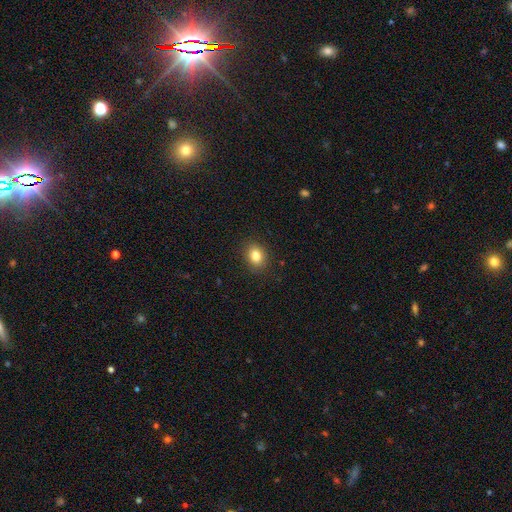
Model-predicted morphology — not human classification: A smooth galaxy with no disk features (83%) that is in between round and cigar-shaped (56%).

Vote fractions:
- Smooth or featured? smooth: 83% / star or artifact: 10% / featured or disk: 7%
- How rounded? in between: 56% / round: 43% / cigar-shaped: 1%
- Merging? none: 89% / minor disturbance: 8% / major disturbance: 2% / merger: 1%